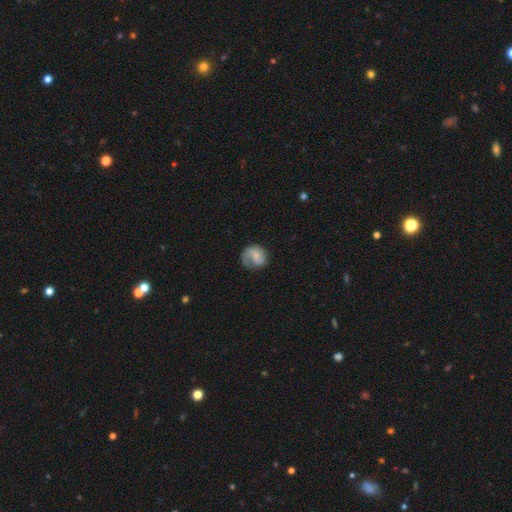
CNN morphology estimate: A featured or disk galaxy (56%) with no bar (58%), spiral arms (86%) and a small central bulge (53%).

Vote fractions:
- Smooth or featured? featured or disk: 56% / smooth: 37% / star or artifact: 7%
- Edge-on disk? no: 98% / yes: 2%
- Bar? no: 58% / weak: 36% / strong: 6%
- Spiral arms? yes: 86% / no: 14%
- Bulge size? small: 53% / moderate: 26% / none: 17% / large: 3% / dominant: 1%
- Merging? none: 58% / minor disturbance: 23% / major disturbance: 17% / merger: 2%